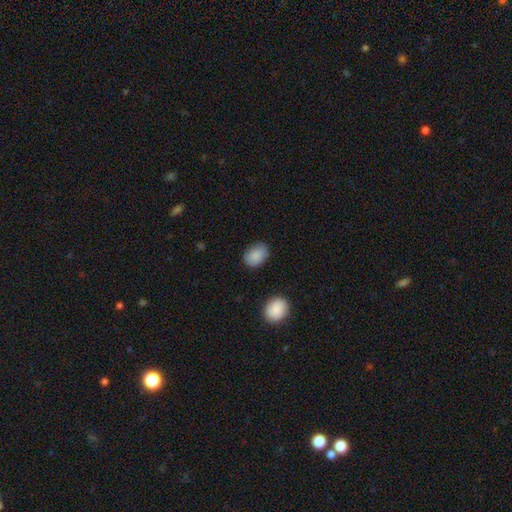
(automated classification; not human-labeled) A smooth galaxy with no disk features (88%) that is in between round and cigar-shaped (77%).

Vote fractions:
- Smooth or featured? smooth: 88% / star or artifact: 7% / featured or disk: 5%
- How rounded? in between: 77% / round: 22% / cigar-shaped: 1%
- Merging? none: 78% / minor disturbance: 17% / major disturbance: 3% / merger: 2%